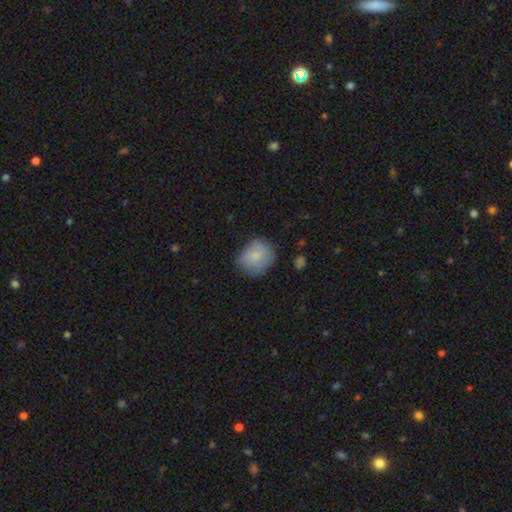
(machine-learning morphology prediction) smooth-or-featured: smooth: 76% | featured or disk: 17% | star or artifact: 7%
  how-rounded: round: 73% | in between: 26% | cigar-shaped: 1%
  merging: none: 66% | minor disturbance: 26% | major disturbance: 7% | merger: 2%